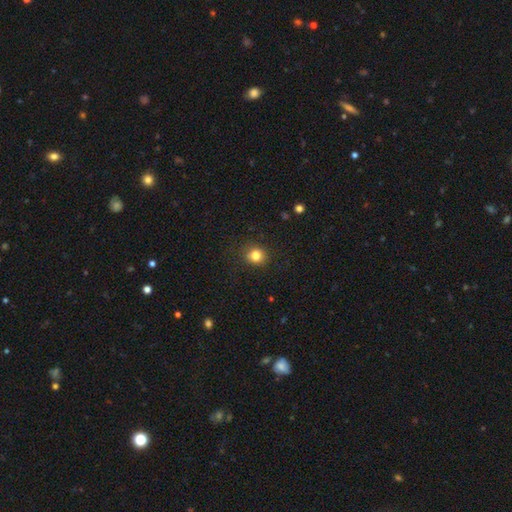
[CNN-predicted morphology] Smooth or featured: smooth — 82% (star or artifact — 12%)
How rounded: round — 81% (in between — 18%)
Merging: none — 87% (minor disturbance — 9%)